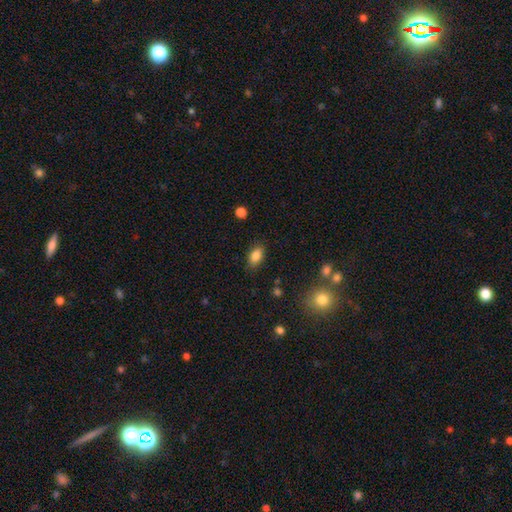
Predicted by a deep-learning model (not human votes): Smooth or featured? Predicted: smooth (p=0.85). How rounded? Predicted: in between (p=0.88). Merging? Predicted: none (p=0.83).